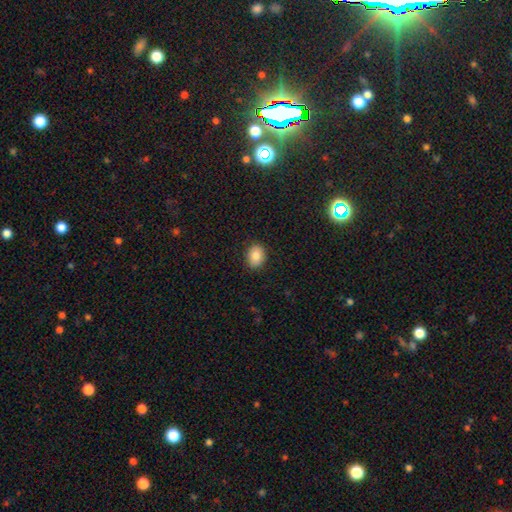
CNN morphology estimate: The model was most divided on "how rounded": in between: 62%, round: 37%, cigar-shaped: 1%. More confident: merging — none (88%); smooth or featured — smooth (84%).